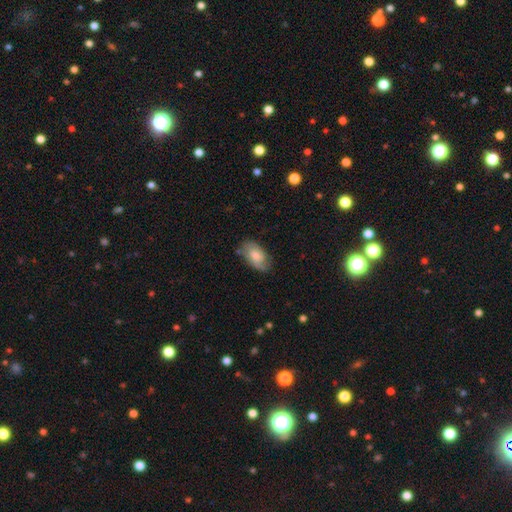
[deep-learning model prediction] The model was most divided on "smooth or featured": smooth: 60%, featured or disk: 33%, star or artifact: 7%. More confident: how rounded — in between (93%); merging — none (70%).